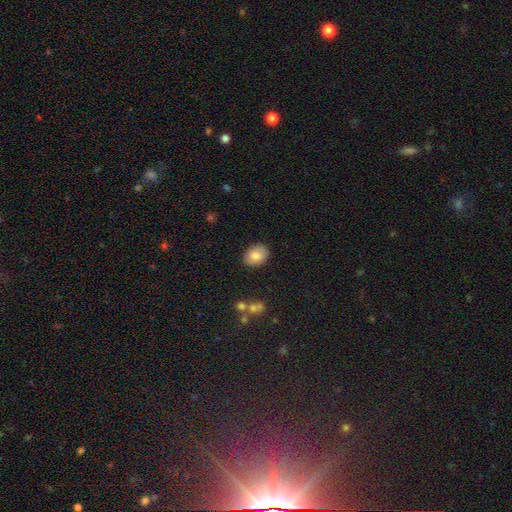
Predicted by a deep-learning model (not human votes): Overall: smooth (83%). How rounded: in between (69%; round 30%). Merging: none (86%).